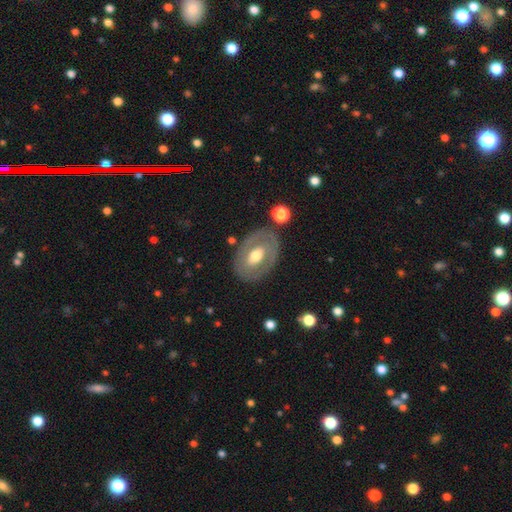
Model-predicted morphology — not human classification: This appears to be a featured or disk galaxy (55%). Merging: none (78%).